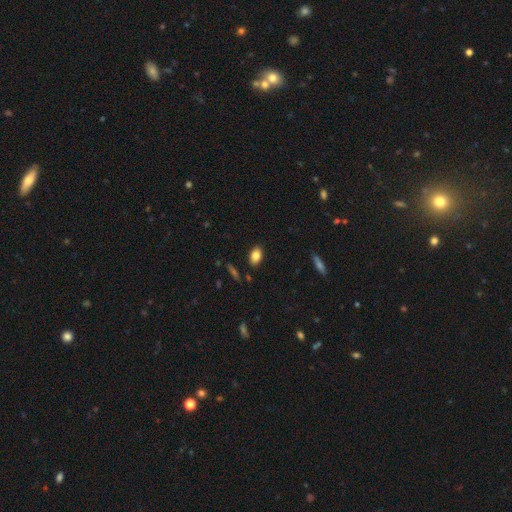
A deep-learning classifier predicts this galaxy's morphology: smooth-or-featured: smooth: 84% | star or artifact: 8% | featured or disk: 8%
  how-rounded: in between: 88% | round: 10% | cigar-shaped: 2%
  merging: none: 87% | minor disturbance: 9% | major disturbance: 2% | merger: 2%